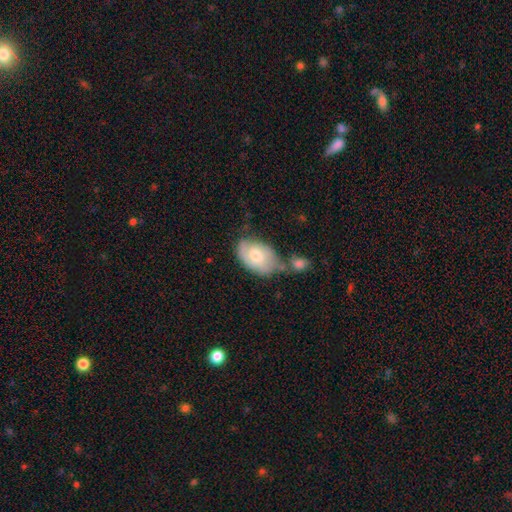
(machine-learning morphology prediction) A smooth galaxy with no disk features (53%) that is in between round and cigar-shaped (86%). Merging: none (44%).